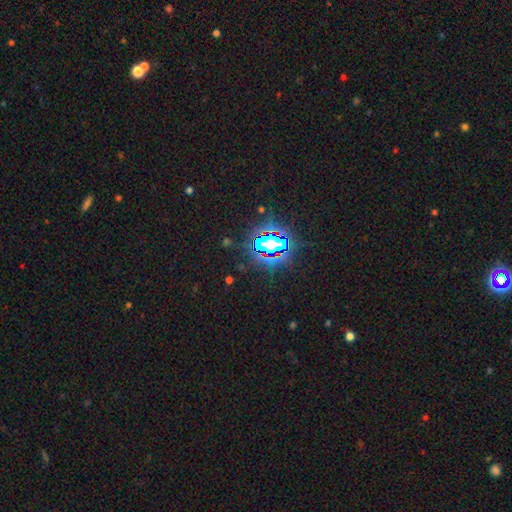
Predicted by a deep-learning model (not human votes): Smooth or featured? Predicted: star or artifact (p=0.80).